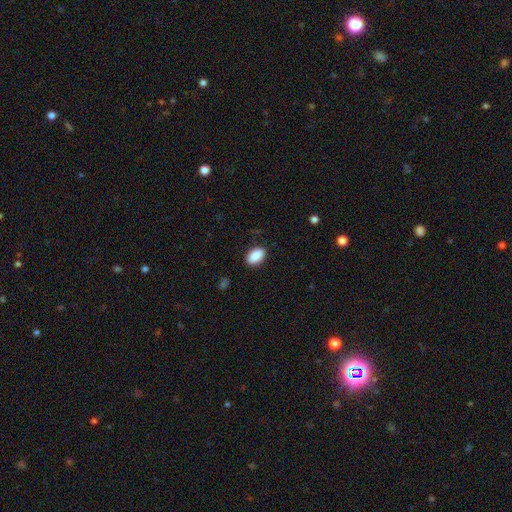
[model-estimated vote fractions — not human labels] Smooth or featured?
  - smooth: 90% *
  - star or artifact: 7%
  - featured or disk: 3%
How rounded?
  - in between: 92% *
  - round: 6%
  - cigar-shaped: 2%
Merging?
  - none: 86% *
  - minor disturbance: 10%
  - major disturbance: 3%
  - merger: 1%